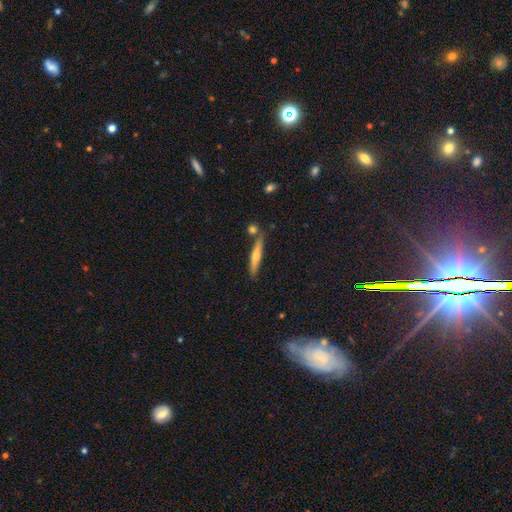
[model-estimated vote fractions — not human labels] featured or disk 52%, smooth 38%, star or artifact 9%. Down the decision tree: edge-on disk — yes (94%); merging — none (79%).